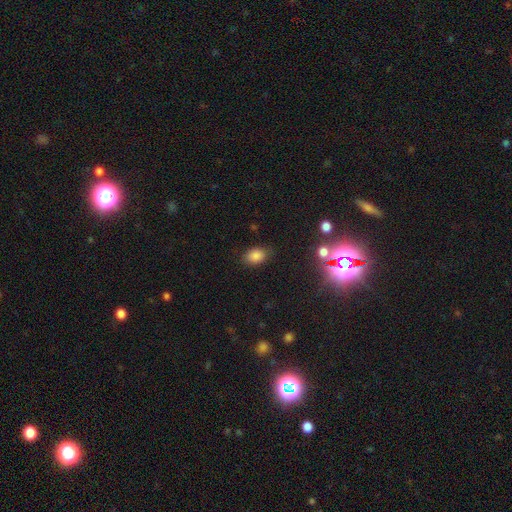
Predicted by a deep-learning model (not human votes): This is clearly a smooth galaxy (82%). How rounded: clearly in between (83%). Merging: clearly none (83%).